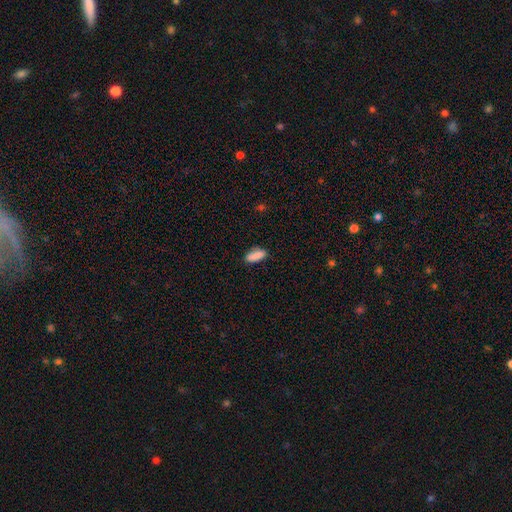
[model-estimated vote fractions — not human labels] smooth 88%, star or artifact 7%, featured or disk 5%. Down the decision tree: how rounded — in between (73%); merging — none (84%).